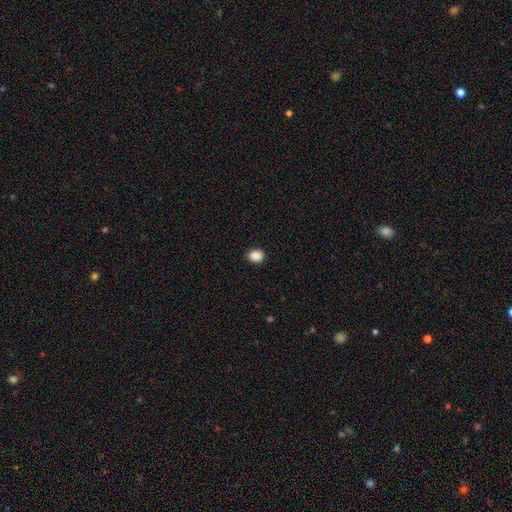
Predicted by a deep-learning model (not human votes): Smooth or featured?
  - smooth: 88% *
  - star or artifact: 9%
  - featured or disk: 2%
How rounded?
  - round: 57% *
  - in between: 42%
  - cigar-shaped: 1%
Merging?
  - none: 89% *
  - minor disturbance: 8%
  - major disturbance: 2%
  - merger: 1%